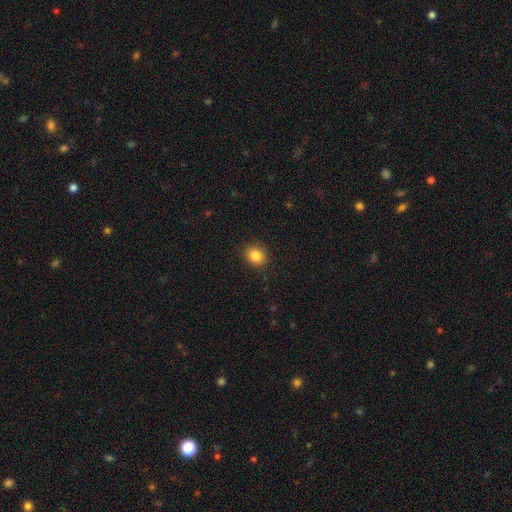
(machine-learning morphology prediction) A smooth galaxy with no disk features (85%) that is round (60%). Merging: none (88%).